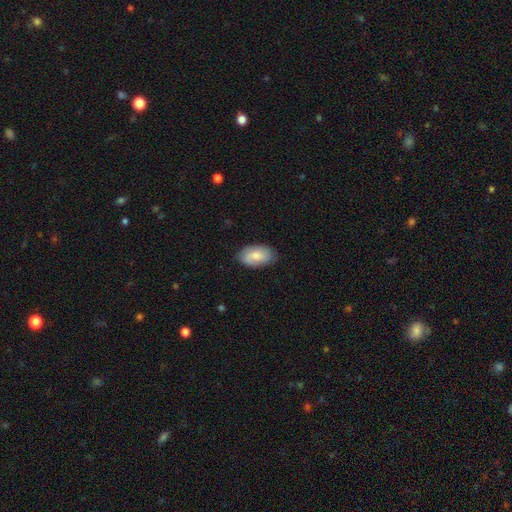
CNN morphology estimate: Smooth or featured?
  - smooth: 78% *
  - featured or disk: 16%
  - star or artifact: 6%
How rounded?
  - in between: 94% *
  - round: 4%
  - cigar-shaped: 2%
Merging?
  - none: 79% *
  - minor disturbance: 17%
  - major disturbance: 3%
  - merger: 1%